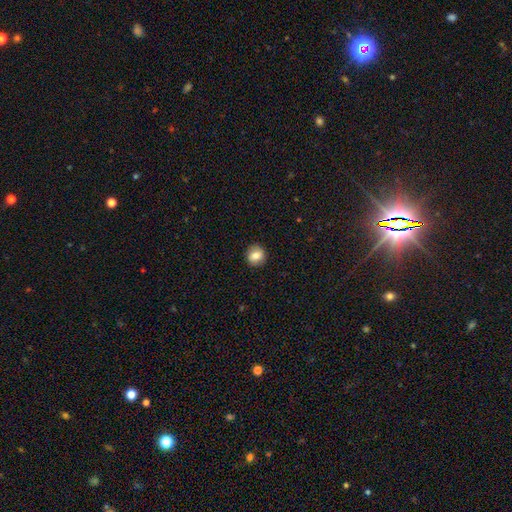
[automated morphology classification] A smooth galaxy with no disk features (80%) that is round (86%).

Vote fractions:
- Smooth or featured? smooth: 80% / featured or disk: 11% / star or artifact: 9%
- How rounded? round: 86% / in between: 13% / cigar-shaped: 1%
- Merging? none: 90% / minor disturbance: 7% / major disturbance: 2% / merger: 1%